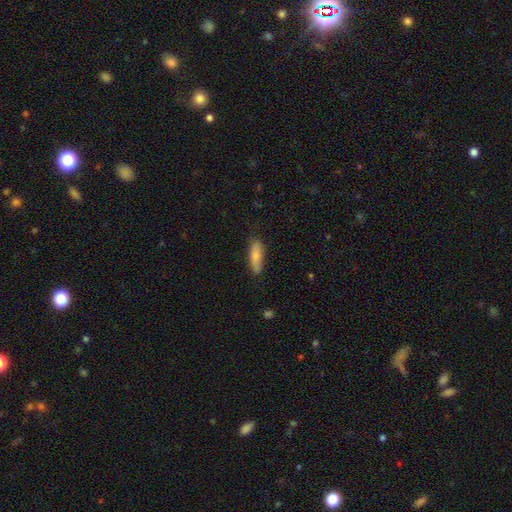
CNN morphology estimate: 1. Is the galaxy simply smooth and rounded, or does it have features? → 79% smooth, 15% featured or disk, 6% star or artifact.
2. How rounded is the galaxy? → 52% cigar-shaped, 46% in between, 2% round.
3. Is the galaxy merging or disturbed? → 82% none, 14% minor disturbance, 3% major disturbance, 1% merger.